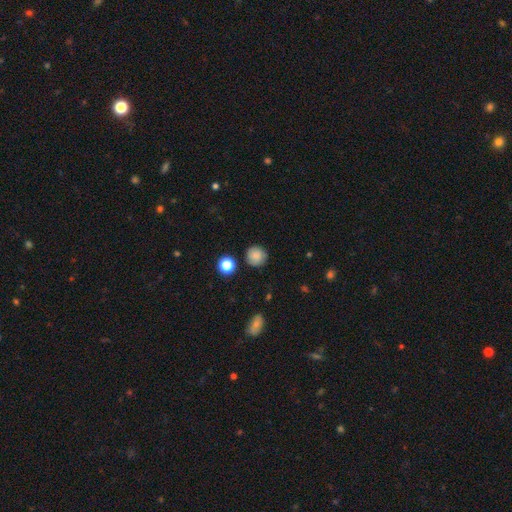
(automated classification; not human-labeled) Morphology: type=smooth (81%); roundness=round (91%); merging=none (83%).